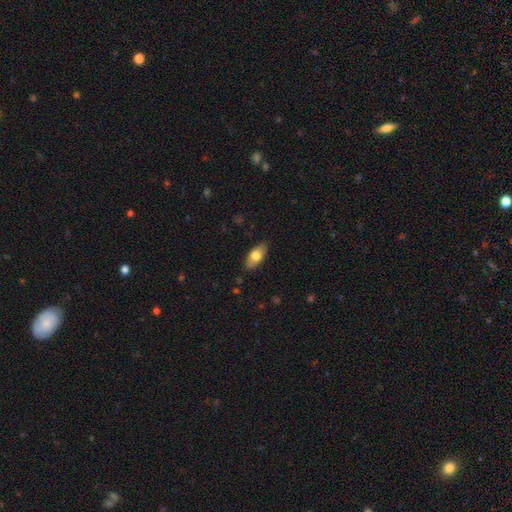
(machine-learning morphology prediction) Smooth or featured? smooth (75%)
How rounded? in between (89%)
Merging? none (84%)